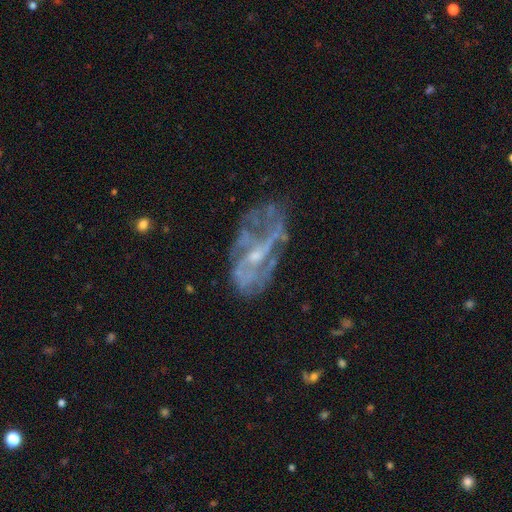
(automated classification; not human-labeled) featured or disk 75%, smooth 15%, star or artifact 10%. Down the decision tree: edge-on disk — no (95%); bar — no (57%); spiral arms — yes (56%); bulge size — small (52%); merging — none (46%).